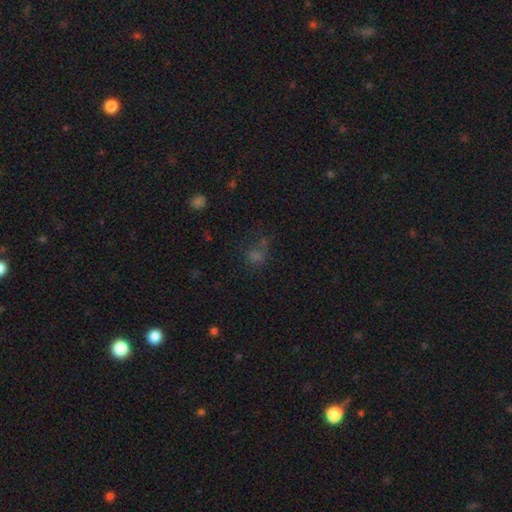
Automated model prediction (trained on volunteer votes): Q: Smooth or featured?
A: smooth (52%); runner-up: star or artifact (36%)
Q: How rounded?
A: round (65%); runner-up: in between (33%)
Q: Merging?
A: none (52%); runner-up: minor disturbance (18%)